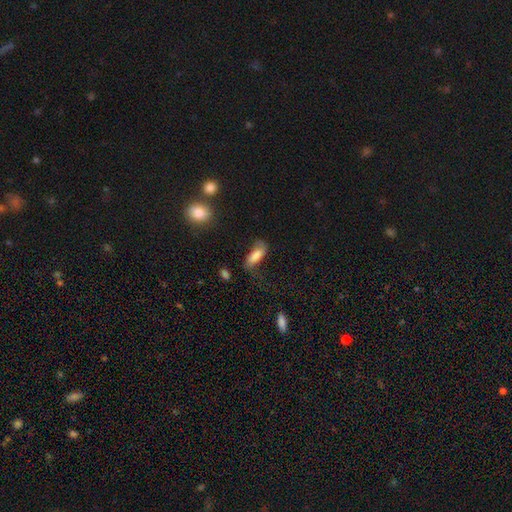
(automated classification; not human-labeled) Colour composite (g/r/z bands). It shows a smooth galaxy with no disk features (73%) that is in between round and cigar-shaped (75%). Merging: none (48%).